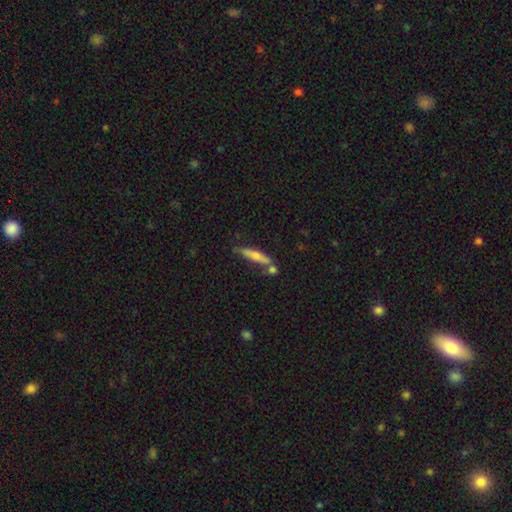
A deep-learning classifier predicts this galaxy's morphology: This is possibly a smooth galaxy (47%). Merging: likely none (67%).